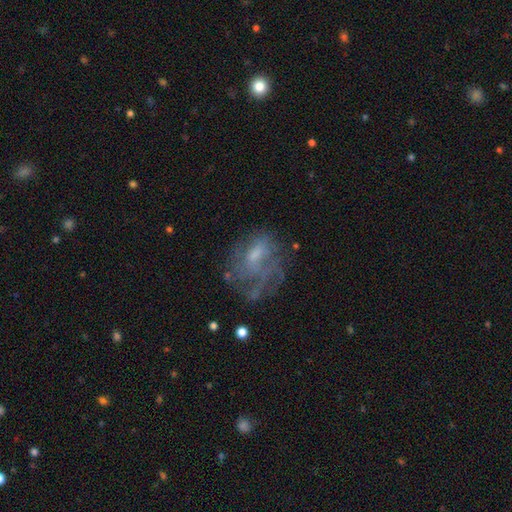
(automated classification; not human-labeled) featured or disk 58%, smooth 29%, star or artifact 13%. Down the decision tree: edge-on disk — no (97%); bar — no (63%); spiral arms — no (53%); bulge size — small (39%); merging — none (42%).